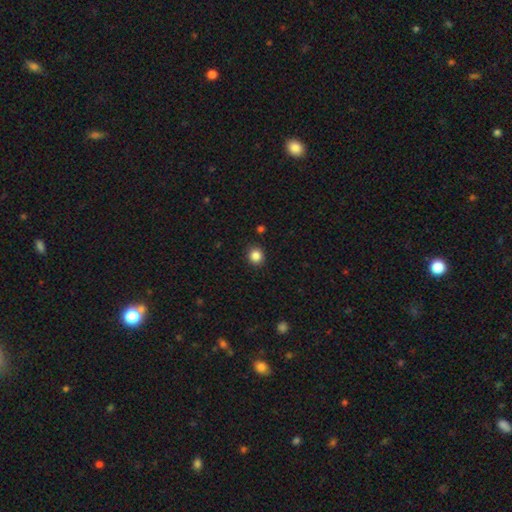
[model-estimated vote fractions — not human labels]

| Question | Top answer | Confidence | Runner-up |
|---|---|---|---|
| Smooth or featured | smooth | 85% | star or artifact (11%) |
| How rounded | round | 87% | in between (12%) |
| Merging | none | 91% | minor disturbance (6%) |